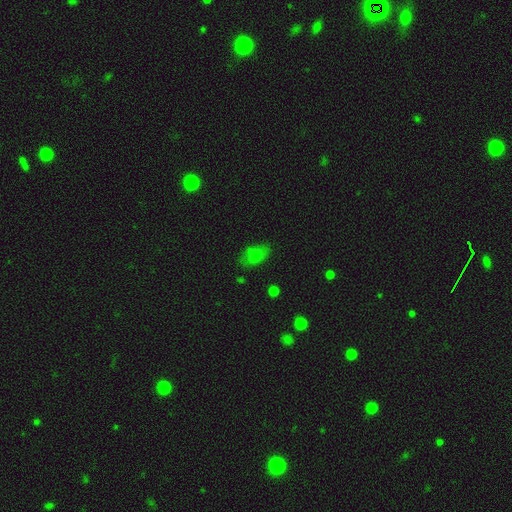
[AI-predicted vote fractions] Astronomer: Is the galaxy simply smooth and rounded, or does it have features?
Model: smooth — 71%.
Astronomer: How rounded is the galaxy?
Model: in between — 83%.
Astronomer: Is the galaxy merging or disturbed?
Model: none — 63%.